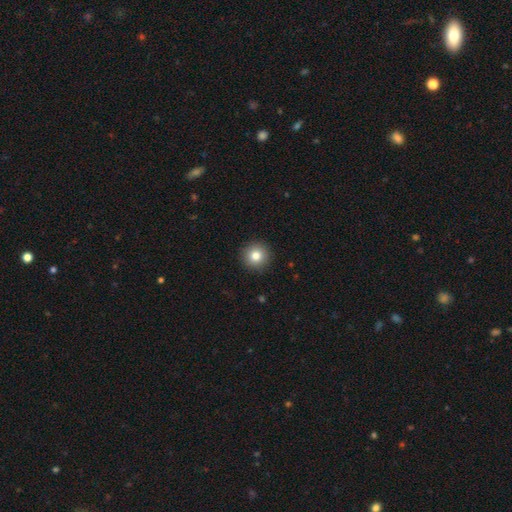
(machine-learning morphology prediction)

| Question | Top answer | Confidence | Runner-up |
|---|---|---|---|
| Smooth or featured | smooth | 81% | star or artifact (10%) |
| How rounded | round | 96% | in between (3%) |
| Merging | none | 93% | minor disturbance (5%) |